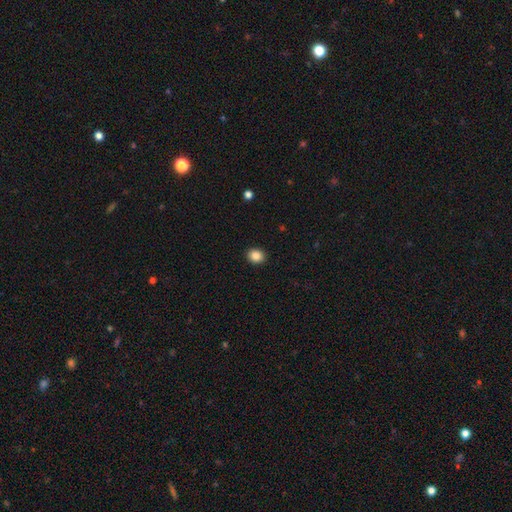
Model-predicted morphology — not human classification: smooth-or-featured: smooth: 87% | star or artifact: 9% | featured or disk: 4%
  how-rounded: round: 59% | in between: 41% | cigar-shaped: 1%
  merging: none: 92% | minor disturbance: 6% | major disturbance: 2% | merger: 1%